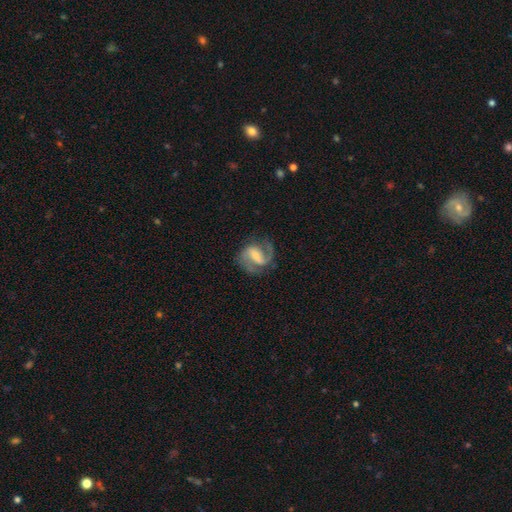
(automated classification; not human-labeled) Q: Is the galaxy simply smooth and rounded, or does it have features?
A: featured or disk — 87%.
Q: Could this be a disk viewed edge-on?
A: no — 98%.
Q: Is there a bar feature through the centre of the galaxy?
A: weak — 46%.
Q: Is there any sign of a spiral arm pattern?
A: yes — 97%.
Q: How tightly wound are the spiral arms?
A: medium — 56%.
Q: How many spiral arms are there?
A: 2 — 87%.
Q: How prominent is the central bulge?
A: small — 50%.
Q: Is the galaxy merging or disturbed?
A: none — 75%.